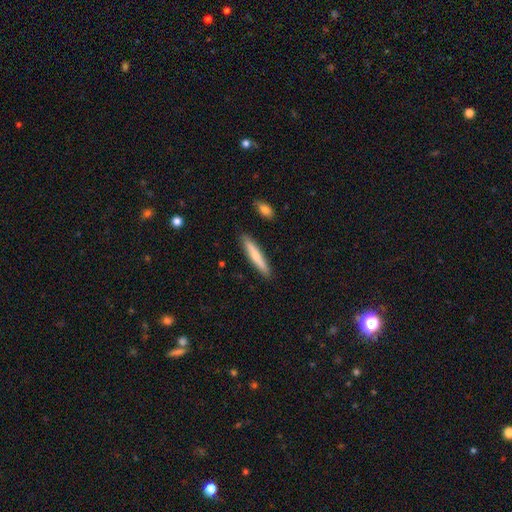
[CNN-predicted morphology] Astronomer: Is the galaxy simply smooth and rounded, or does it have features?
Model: smooth — 64%.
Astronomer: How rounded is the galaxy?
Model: cigar-shaped — 91%.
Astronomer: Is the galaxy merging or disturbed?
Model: none — 89%.